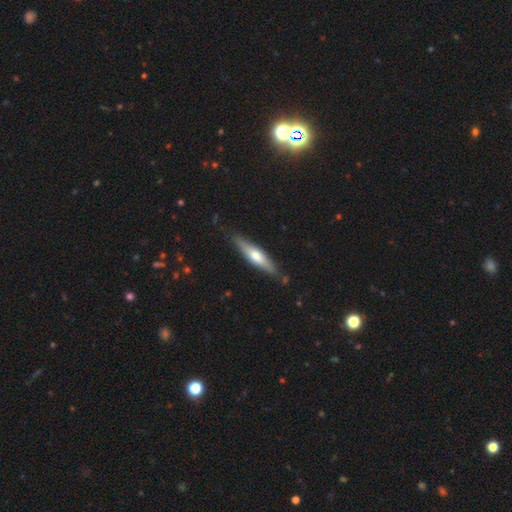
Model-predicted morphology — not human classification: This is possibly a featured or disk galaxy (50%). It is clearly viewed edge-on (92%). Merging: clearly none (84%).